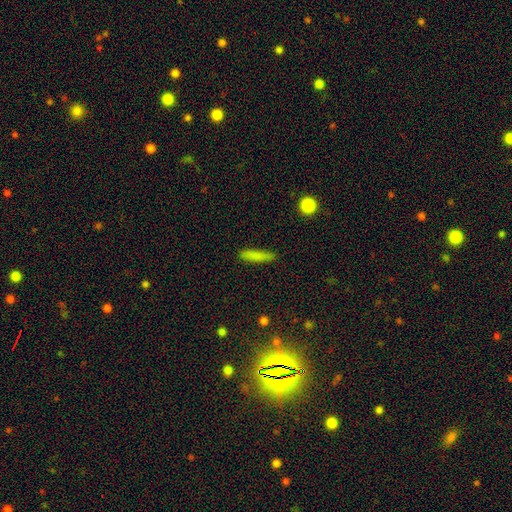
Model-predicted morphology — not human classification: smooth 81%, featured or disk 11%, star or artifact 8%. Down the decision tree: how rounded — cigar-shaped (84%); merging — none (85%).